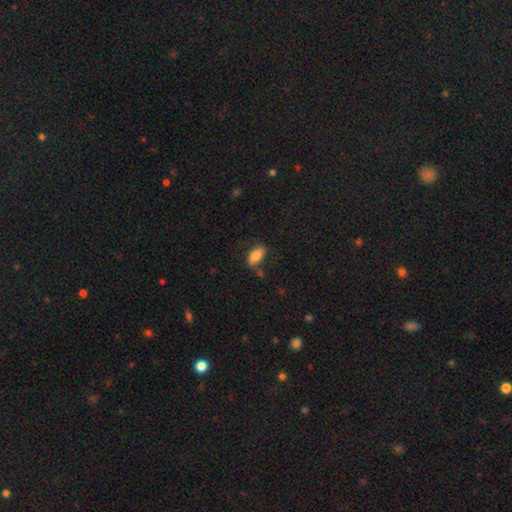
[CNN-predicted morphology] Smooth or featured? Predicted: smooth (p=0.74). How rounded? Predicted: in between (p=0.92). Merging? Predicted: none (p=0.58).